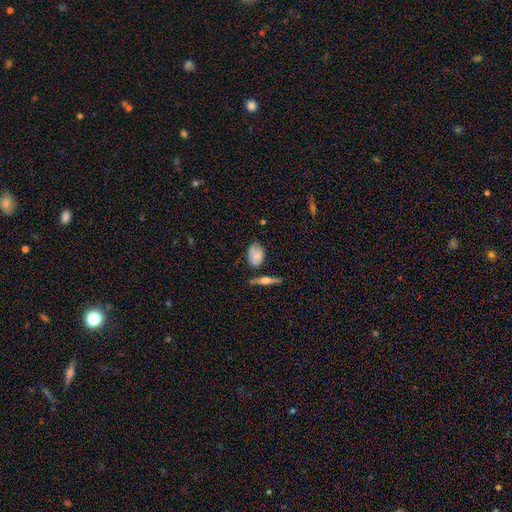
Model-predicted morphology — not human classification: Smooth or featured? smooth (70%)
How rounded? in between (81%)
Merging? none (58%)